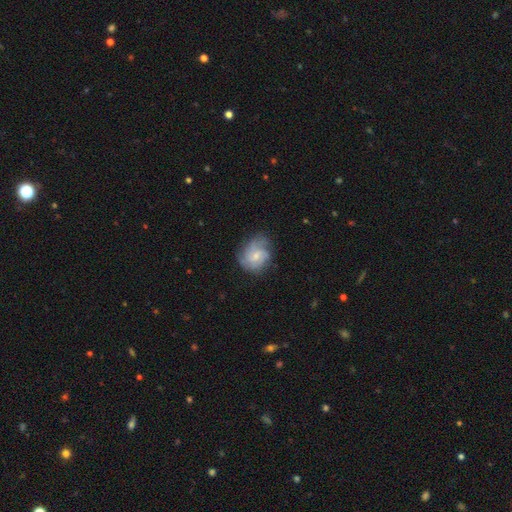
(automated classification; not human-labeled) Q: Smooth or featured?
A: featured or disk (63%); runner-up: smooth (29%)
Q: Edge-on disk?
A: no (98%); runner-up: yes (2%)
Q: Bar?
A: no (56%); runner-up: weak (39%)
Q: Spiral arms?
A: yes (88%); runner-up: no (12%)
Q: Spiral winding?
A: medium (42%); runner-up: tight (40%)
Q: Spiral arm count?
A: can't tell (32%); runner-up: 3 (28%)
Q: Bulge size?
A: small (52%); runner-up: moderate (36%)
Q: Merging?
A: none (62%); runner-up: minor disturbance (25%)